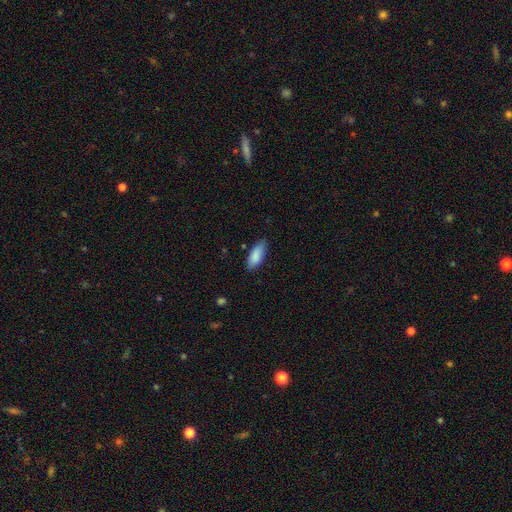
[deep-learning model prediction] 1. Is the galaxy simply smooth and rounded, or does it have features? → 87% smooth, 7% featured or disk, 6% star or artifact.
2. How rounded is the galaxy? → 80% in between, 18% cigar-shaped, 2% round.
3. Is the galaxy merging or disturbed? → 77% none, 19% minor disturbance, 3% major disturbance, 1% merger.